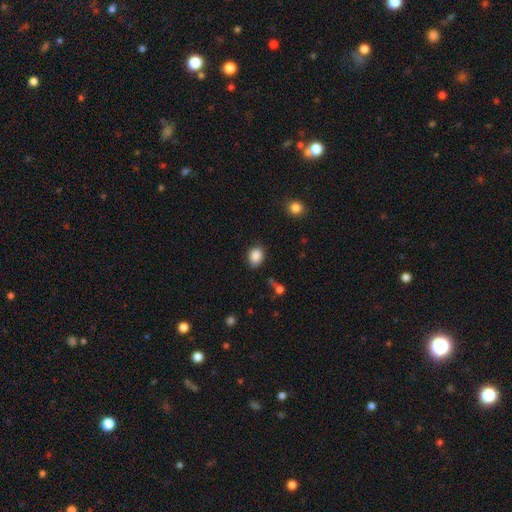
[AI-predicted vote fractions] Overall: smooth (87%). How rounded: in between (56%; round 43%). Merging: none (79%).